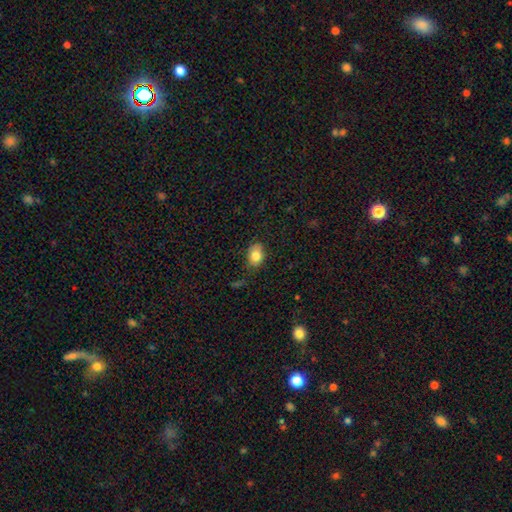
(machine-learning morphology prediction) Smooth or featured? smooth (82%)
How rounded? in between (76%)
Merging? none (73%)